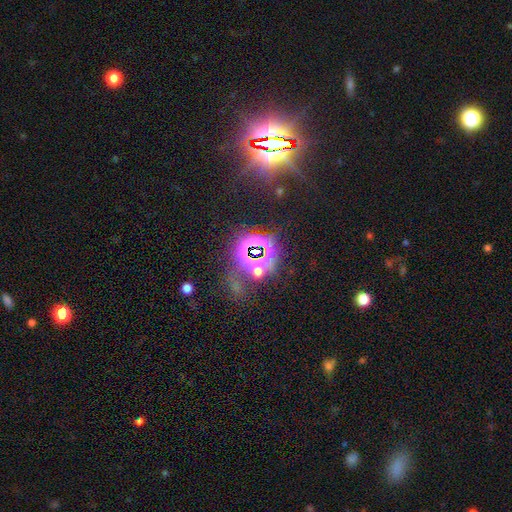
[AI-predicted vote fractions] The model was most divided on "smooth or featured": star or artifact: 82%, featured or disk: 9%, smooth: 9%.